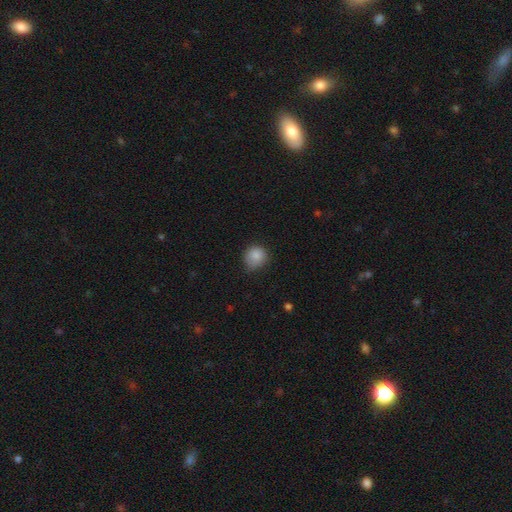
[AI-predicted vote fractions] Morphology: type=smooth (85%); roundness=round (82%); merging=none (60%).